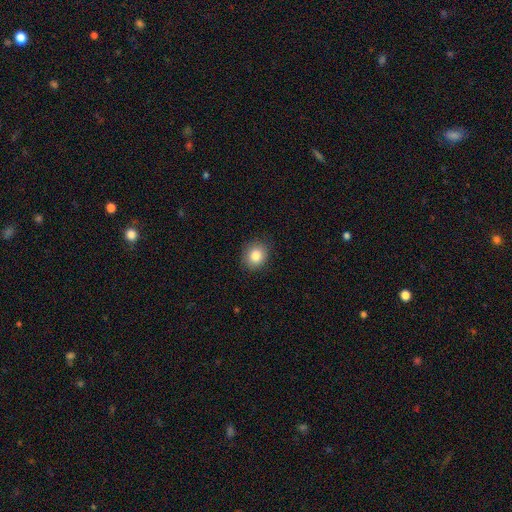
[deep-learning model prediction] A smooth galaxy with no disk features (84%) that is round (66%).

Vote fractions:
- Smooth or featured? smooth: 84% / star or artifact: 10% / featured or disk: 7%
- How rounded? round: 66% / in between: 33% / cigar-shaped: 1%
- Merging? none: 87% / minor disturbance: 10% / major disturbance: 2% / merger: 1%